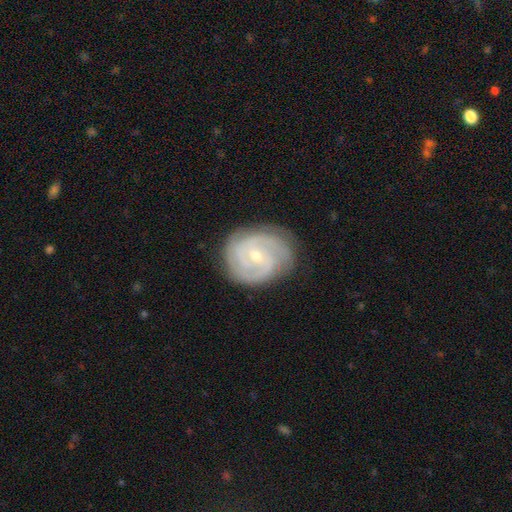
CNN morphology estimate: Smooth or featured? featured or disk (87%)
Edge-on disk? no (98%)
Bar? no (47%)
Spiral arms? yes (97%)
Spiral winding? tight (71%)
Spiral arm count? 3 (34%)
Bulge size? small (62%)
Merging? none (80%)